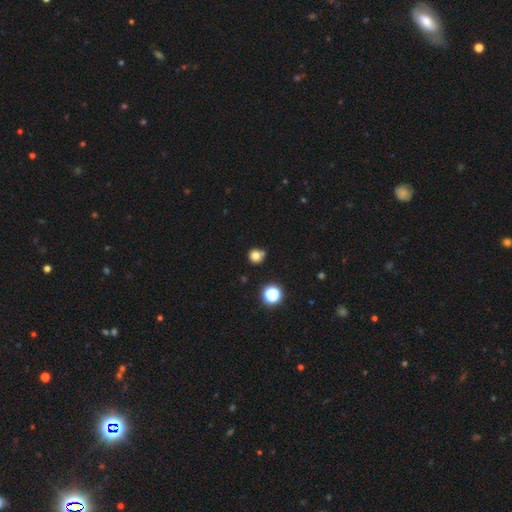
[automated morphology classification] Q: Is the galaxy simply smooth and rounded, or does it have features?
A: smooth — 78%.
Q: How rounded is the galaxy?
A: round — 88%.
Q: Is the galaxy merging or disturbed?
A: none — 68%.